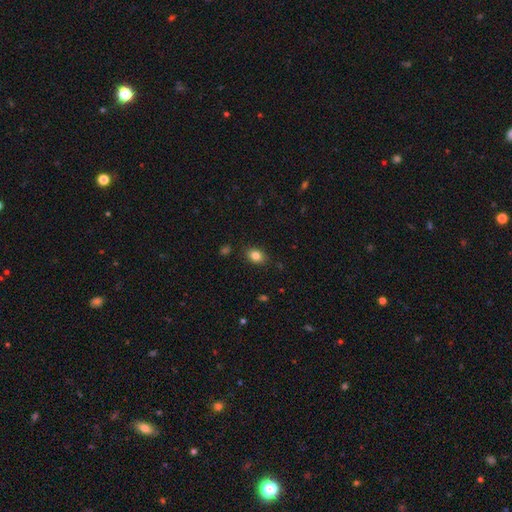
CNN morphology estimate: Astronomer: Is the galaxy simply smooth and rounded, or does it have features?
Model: smooth — 83%.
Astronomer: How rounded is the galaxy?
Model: in between — 70%.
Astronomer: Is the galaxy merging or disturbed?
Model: none — 87%.